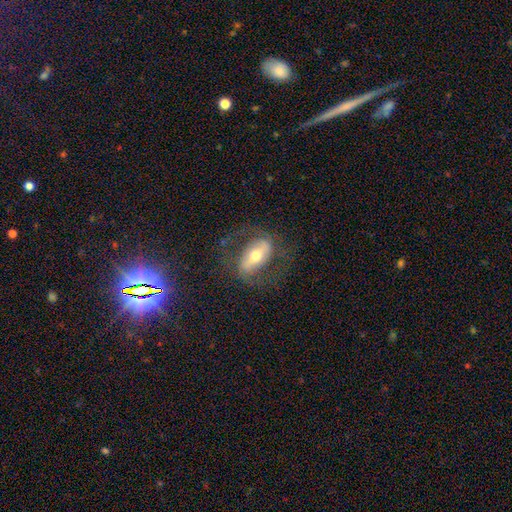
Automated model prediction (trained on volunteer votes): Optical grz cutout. It shows a featured or disk galaxy (65%) with a strong bar (52%), spiral arms (67%) and a moderate central bulge (66%). Merging: none (69%).